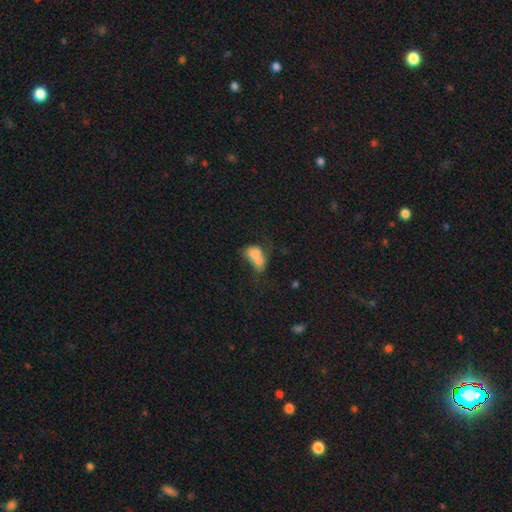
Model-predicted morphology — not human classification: Smooth or featured: smooth — 69% (featured or disk — 21%)
How rounded: in between — 75% (round — 22%)
Merging: merger — 58% (none — 16%)